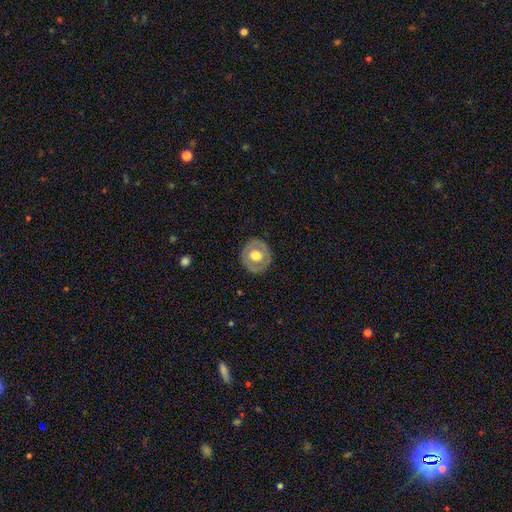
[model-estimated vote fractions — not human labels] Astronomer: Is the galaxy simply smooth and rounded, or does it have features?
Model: featured or disk — 48% (runner-up: smooth, 47%).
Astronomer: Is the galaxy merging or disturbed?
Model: none — 86%.